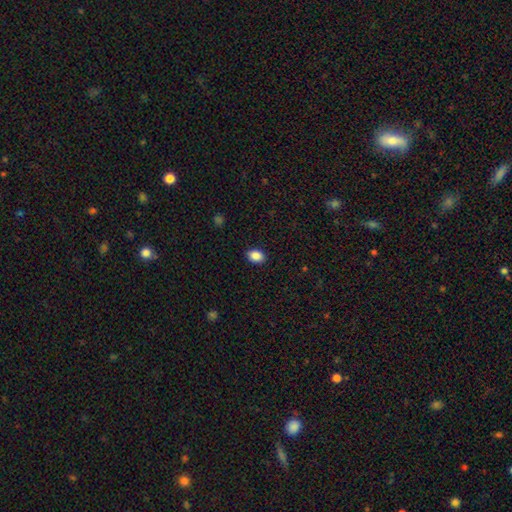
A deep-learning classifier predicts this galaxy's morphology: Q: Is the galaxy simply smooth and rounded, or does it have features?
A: smooth — 88%.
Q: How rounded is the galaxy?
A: in between — 72%.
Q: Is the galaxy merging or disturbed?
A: none — 89%.